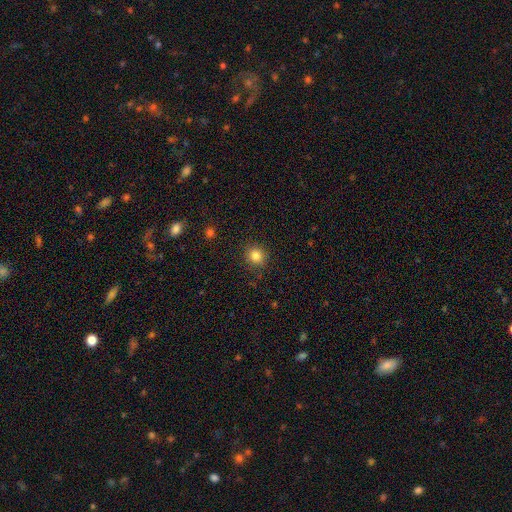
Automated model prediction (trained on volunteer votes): smooth-or-featured: smooth: 83% | star or artifact: 12% | featured or disk: 5%
  how-rounded: round: 89% | in between: 10% | cigar-shaped: 1%
  merging: none: 88% | minor disturbance: 8% | major disturbance: 3% | merger: 1%